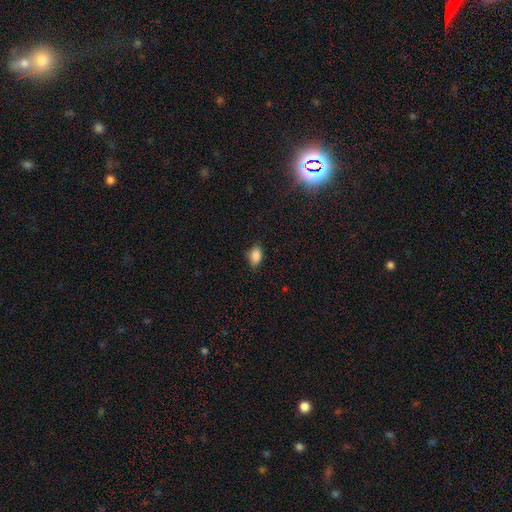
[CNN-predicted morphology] Smooth or featured?
  - smooth: 86% *
  - star or artifact: 9%
  - featured or disk: 5%
How rounded?
  - in between: 88% *
  - round: 10%
  - cigar-shaped: 3%
Merging?
  - none: 78% *
  - minor disturbance: 18%
  - major disturbance: 3%
  - merger: 1%